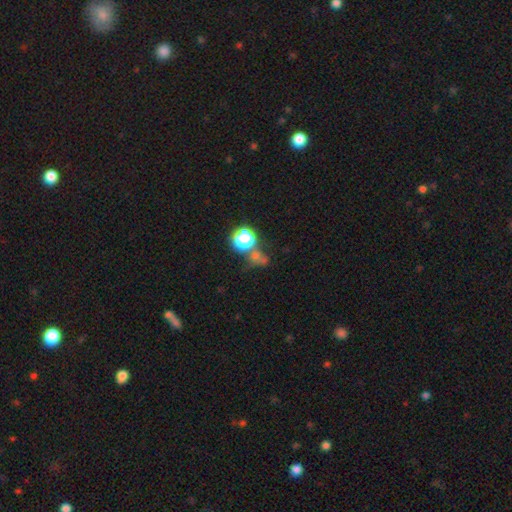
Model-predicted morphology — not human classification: This is possibly a smooth galaxy (45%). Merging: possibly none (54%).